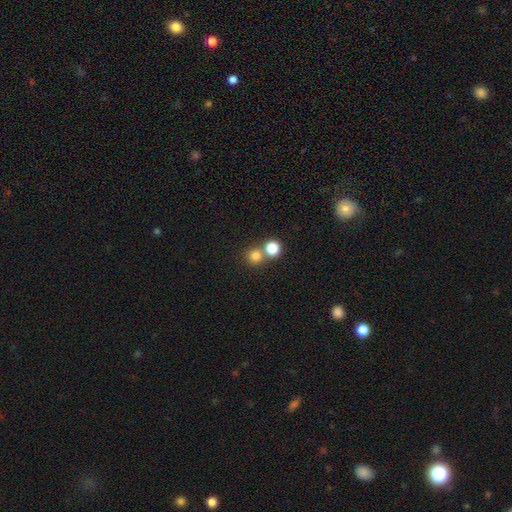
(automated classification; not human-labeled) A smooth galaxy with no disk features (79%) that is round (92%). Merging: none (58%).